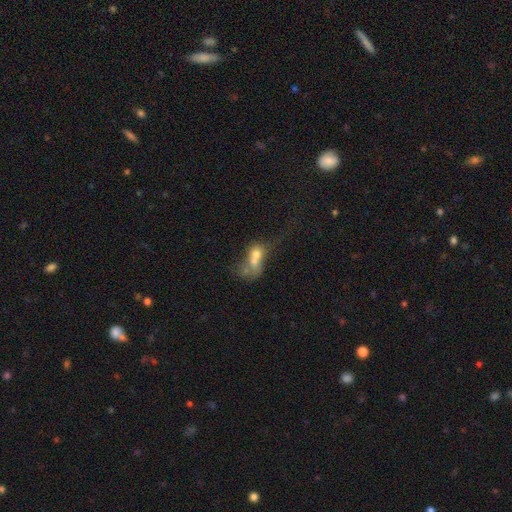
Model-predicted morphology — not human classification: smooth 53%, featured or disk 34%, star or artifact 12%. Down the decision tree: how rounded — in between (59%); merging — merger (66%).